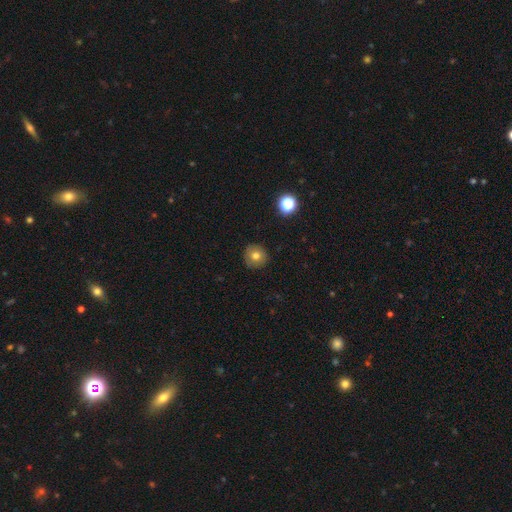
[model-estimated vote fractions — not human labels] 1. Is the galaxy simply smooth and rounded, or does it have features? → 74% smooth, 14% featured or disk, 12% star or artifact.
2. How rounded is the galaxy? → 94% round, 5% in between, 1% cigar-shaped.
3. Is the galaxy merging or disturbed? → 89% none, 8% minor disturbance, 2% major disturbance, 1% merger.